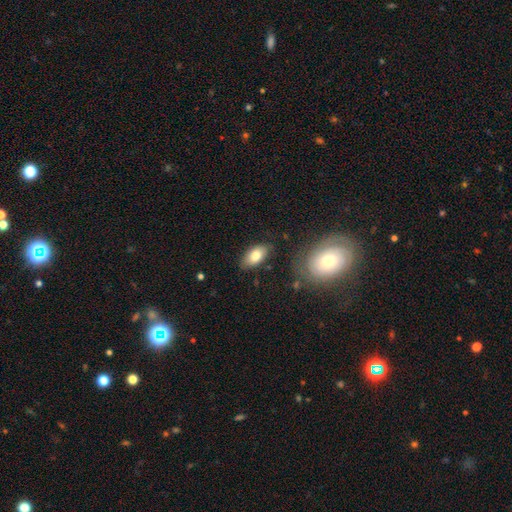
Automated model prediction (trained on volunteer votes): Q: Smooth or featured?
A: smooth (79%); runner-up: featured or disk (14%)
Q: How rounded?
A: in between (92%); runner-up: round (4%)
Q: Merging?
A: none (80%); runner-up: minor disturbance (14%)